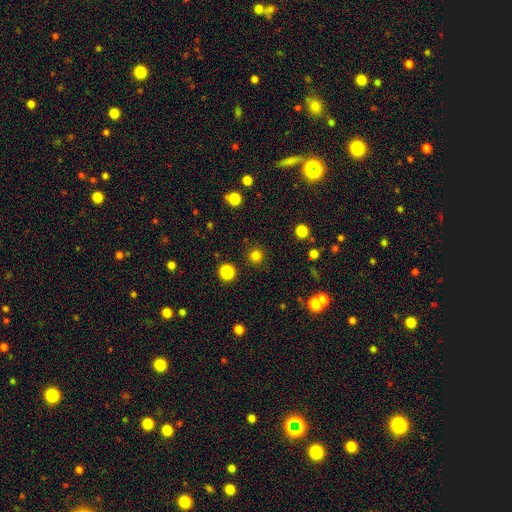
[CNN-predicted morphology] Q: Smooth or featured?
A: smooth (80%); runner-up: star or artifact (16%)
Q: How rounded?
A: round (95%); runner-up: in between (5%)
Q: Merging?
A: none (90%); runner-up: minor disturbance (5%)